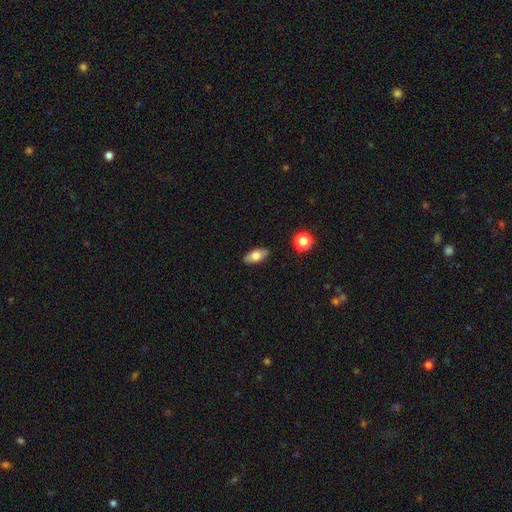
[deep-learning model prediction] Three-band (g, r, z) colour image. It shows a smooth galaxy with no disk features (71%) that is in between round and cigar-shaped (88%). Merging: none (87%).